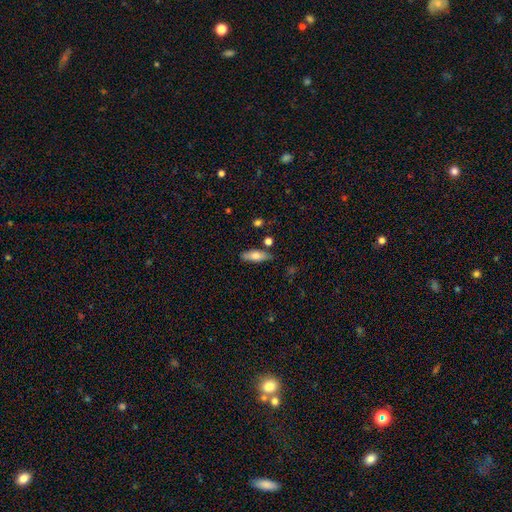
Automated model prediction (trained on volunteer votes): Overall: smooth (73%). How rounded: in between (65%; cigar-shaped 32%). Merging: none (74%).